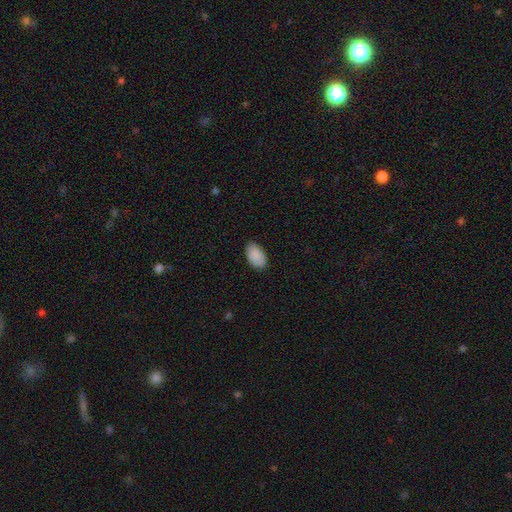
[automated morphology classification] type=smooth (90%); roundness=in between (95%); merging=none (87%).